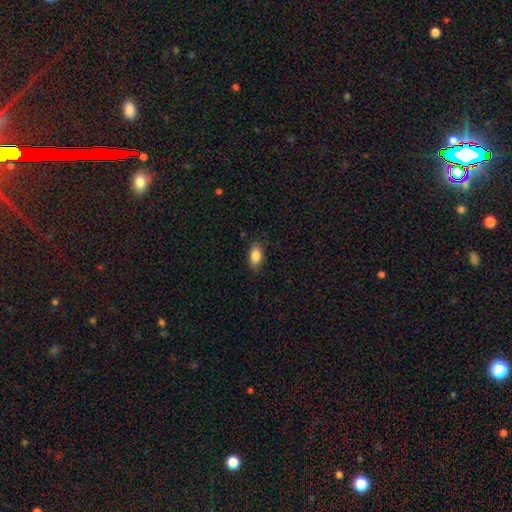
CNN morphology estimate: smooth_or_featured: smooth (p=0.86) [alt: star or artifact p=0.08]
how_rounded: in between (p=0.89) [alt: round p=0.06]
merging: none (p=0.85) [alt: minor disturbance p=0.12]